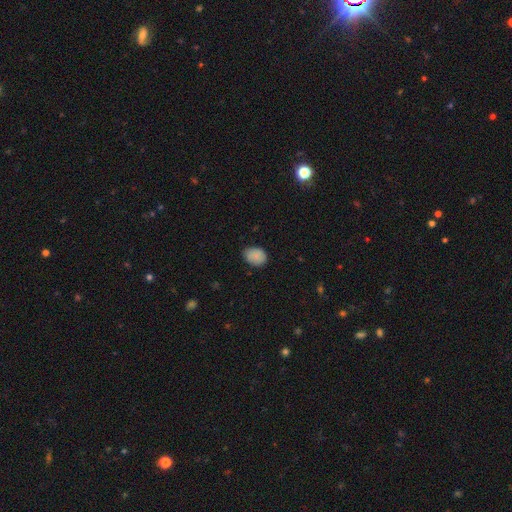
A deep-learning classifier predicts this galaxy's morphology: Q: Smooth or featured?
A: smooth (85%); runner-up: star or artifact (8%)
Q: How rounded?
A: in between (70%); runner-up: round (29%)
Q: Merging?
A: none (76%); runner-up: minor disturbance (20%)